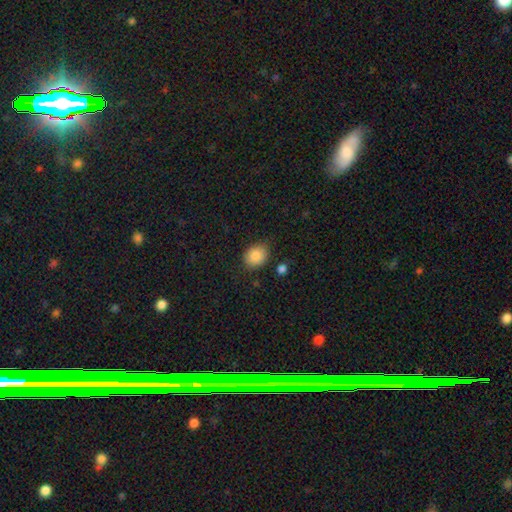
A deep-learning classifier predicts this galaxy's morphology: This appears to be a smooth galaxy with no disk features (87%) that is round (52%). Merging: none (79%).